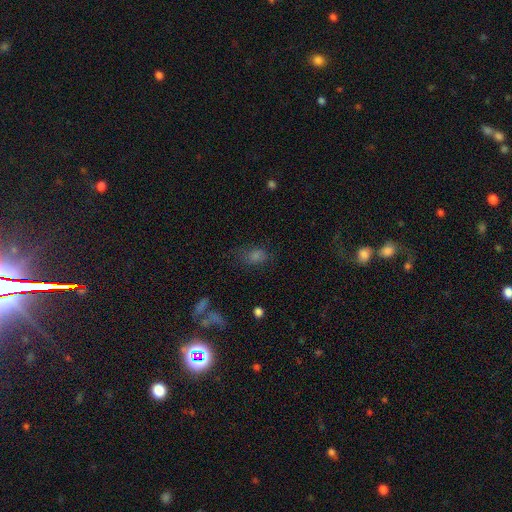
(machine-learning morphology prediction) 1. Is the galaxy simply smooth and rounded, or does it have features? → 54% smooth, 29% star or artifact, 17% featured or disk.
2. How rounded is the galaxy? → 68% in between, 28% round, 3% cigar-shaped.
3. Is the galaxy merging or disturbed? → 62% none, 18% minor disturbance, 15% major disturbance, 4% merger.